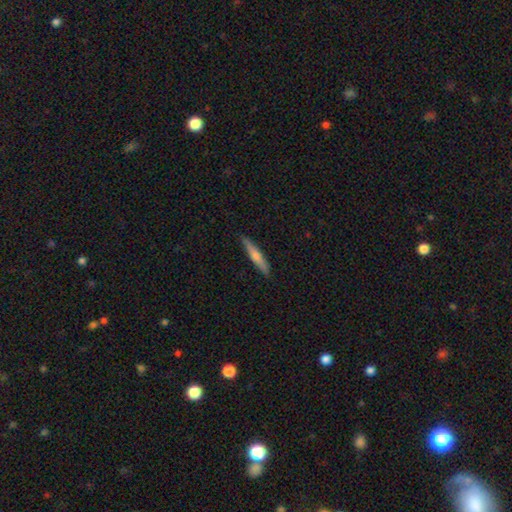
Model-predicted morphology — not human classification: A smooth galaxy with no disk features (48%). Merging: none (90%).